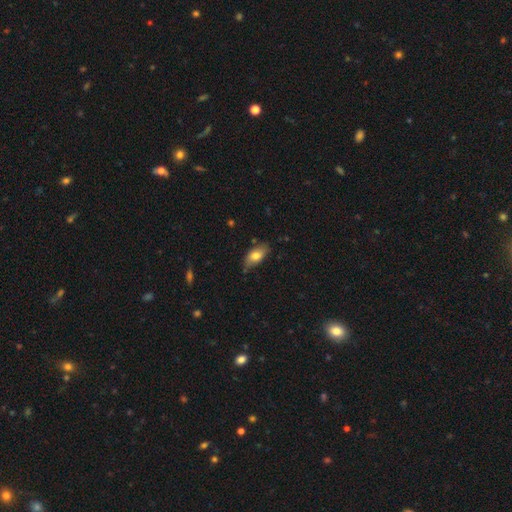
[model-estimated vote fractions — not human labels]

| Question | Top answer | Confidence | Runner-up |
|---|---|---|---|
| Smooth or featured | smooth | 74% | featured or disk (19%) |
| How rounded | in between | 88% | cigar-shaped (8%) |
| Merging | none | 71% | minor disturbance (23%) |